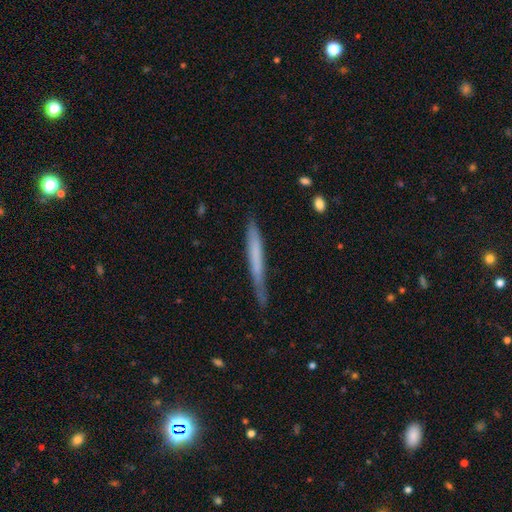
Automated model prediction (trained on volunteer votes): Smooth or featured: smooth — 55% (featured or disk — 39%)
How rounded: cigar-shaped — 96% (in between — 2%)
Merging: none — 73% (minor disturbance — 21%)